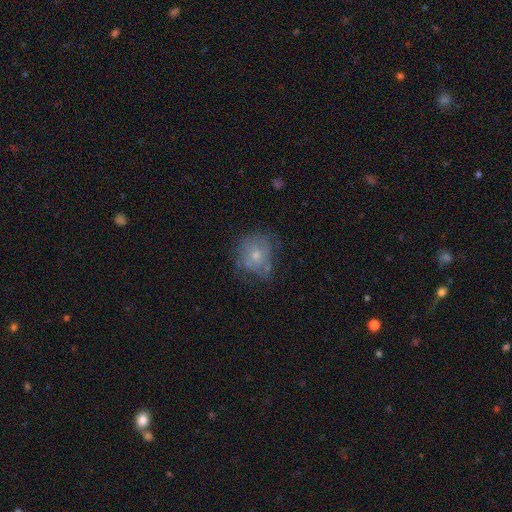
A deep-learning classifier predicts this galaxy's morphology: This is possibly a smooth galaxy (45%). Merging: possibly none (50%).